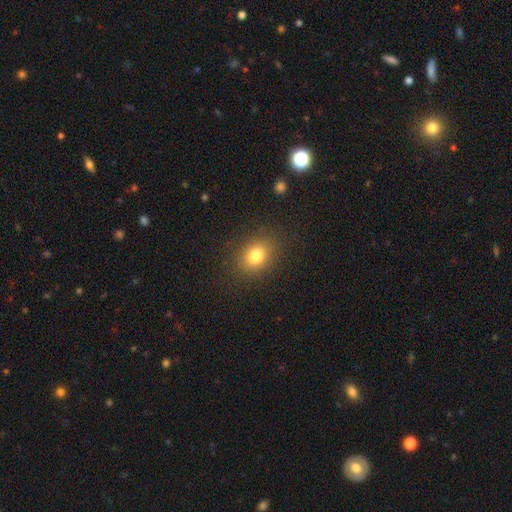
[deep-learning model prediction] A smooth galaxy with no disk features (79%) that is in between round and cigar-shaped (51%). Merging: none (87%).